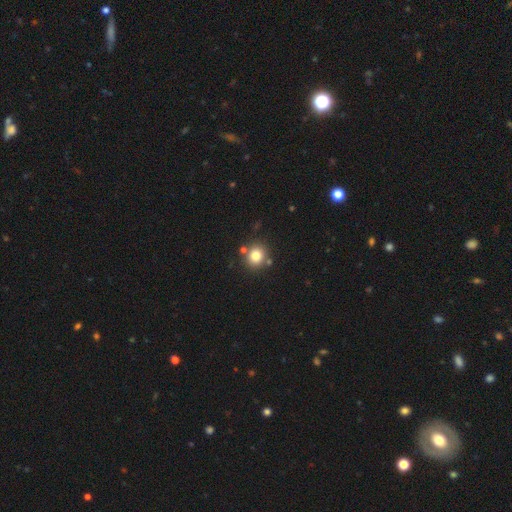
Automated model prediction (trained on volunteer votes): Smooth or featured: smooth — 79% (star or artifact — 12%)
How rounded: round — 84% (in between — 15%)
Merging: none — 79% (merger — 9%)